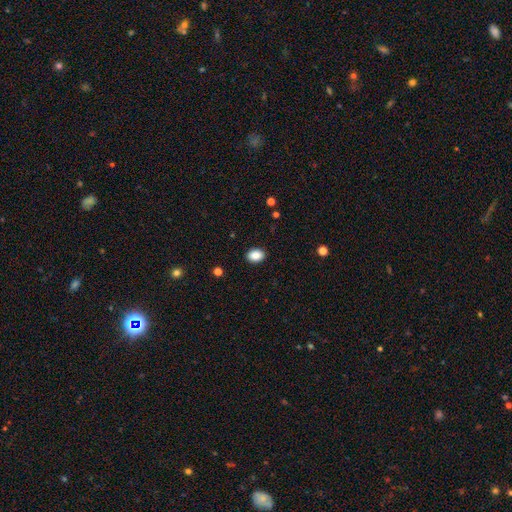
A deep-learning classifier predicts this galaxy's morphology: Smooth or featured?
  - smooth: 88% *
  - star or artifact: 8%
  - featured or disk: 4%
How rounded?
  - in between: 71% *
  - round: 28%
  - cigar-shaped: 1%
Merging?
  - none: 91% *
  - minor disturbance: 7%
  - major disturbance: 2%
  - merger: 1%